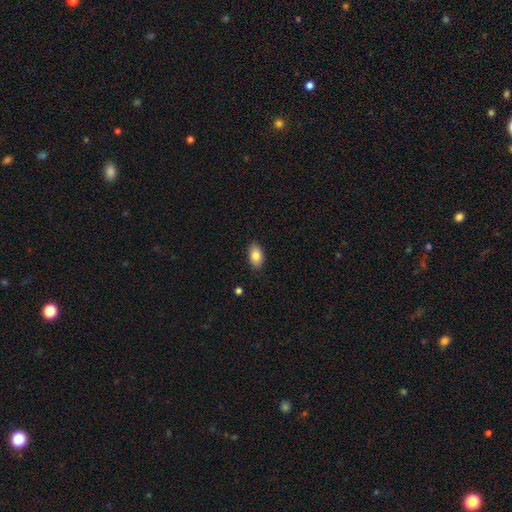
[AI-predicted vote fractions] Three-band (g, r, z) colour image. It shows a smooth galaxy with no disk features (84%) that is in between round and cigar-shaped (90%). Merging: none (88%).